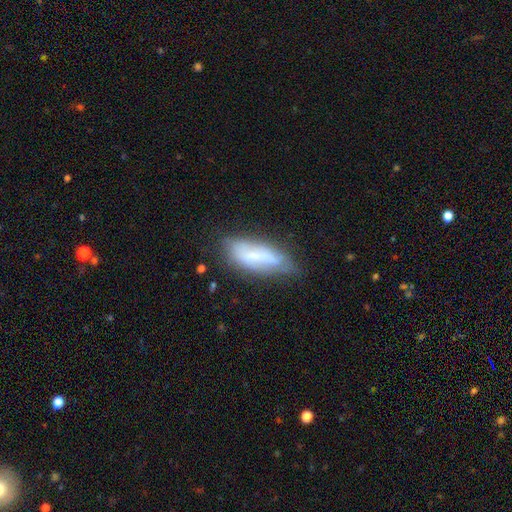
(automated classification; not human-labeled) Smooth or featured? Predicted: smooth (p=0.52). How rounded? Predicted: in between (p=0.65). Merging? Predicted: none (p=0.56).